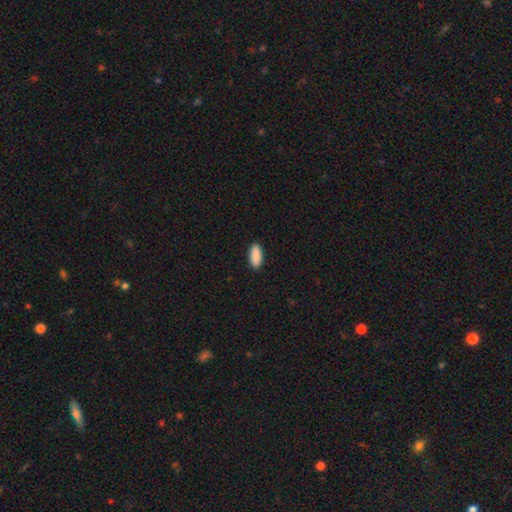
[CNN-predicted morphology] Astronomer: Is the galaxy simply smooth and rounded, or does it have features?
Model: smooth — 91%.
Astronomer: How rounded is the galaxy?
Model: in between — 86%.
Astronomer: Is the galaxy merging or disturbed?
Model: none — 91%.